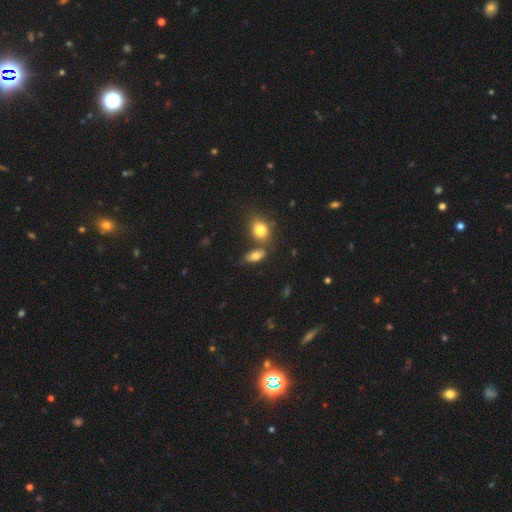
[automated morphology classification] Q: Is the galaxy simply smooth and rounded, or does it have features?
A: smooth — 76%.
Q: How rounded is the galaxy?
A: in between — 80%.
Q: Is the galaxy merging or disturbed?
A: none — 60%.